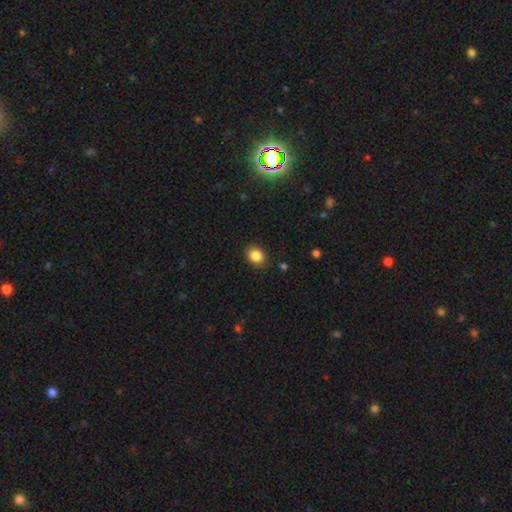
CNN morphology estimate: smooth-or-featured: smooth: 86% | star or artifact: 9% | featured or disk: 4%
  how-rounded: in between: 51% | round: 49% | cigar-shaped: 1%
  merging: none: 86% | minor disturbance: 10% | major disturbance: 3% | merger: 1%